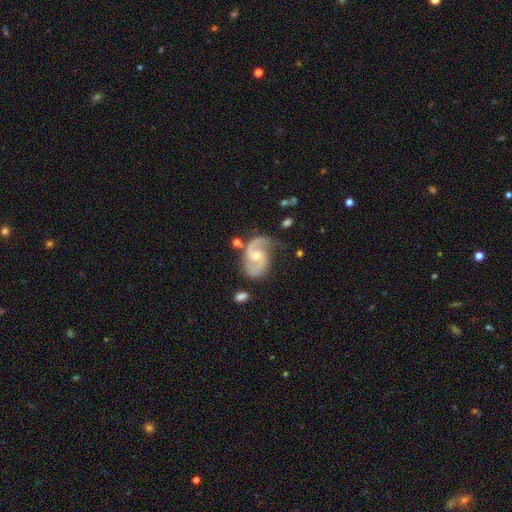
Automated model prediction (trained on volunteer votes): This appears to be a featured or disk galaxy (88%) with no bar (55%), 2 (83%) medium (52%) spiral arms (97%) and a moderate central bulge (55%). Merging: none (60%).